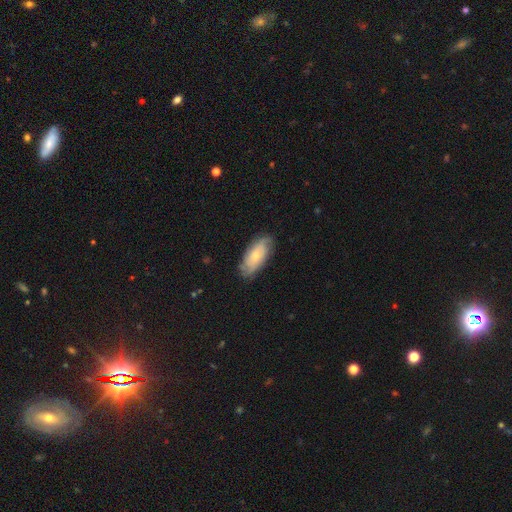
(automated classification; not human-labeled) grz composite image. It shows a featured or disk galaxy (52%). Merging: none (78%).